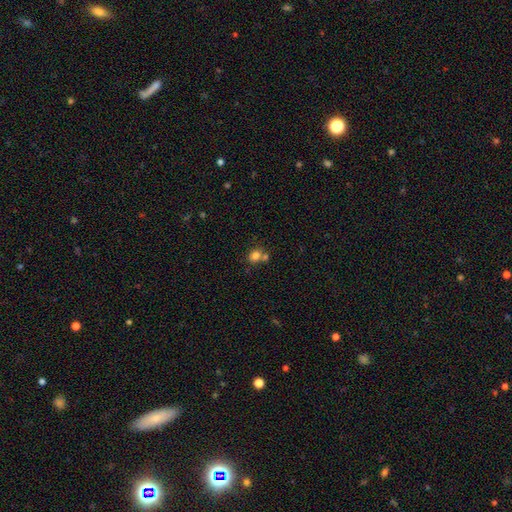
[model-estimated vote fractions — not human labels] Smooth or featured: smooth — 80% (star or artifact — 12%)
How rounded: in between — 53% (round — 45%)
Merging: none — 49% (merger — 36%)